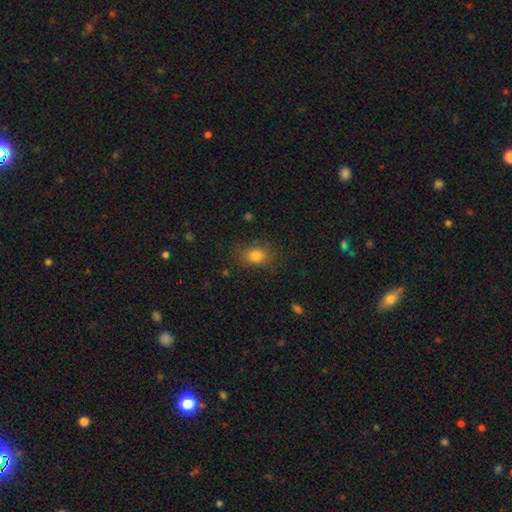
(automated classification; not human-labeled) smooth-or-featured: smooth: 80% | star or artifact: 12% | featured or disk: 8%
  how-rounded: in between: 58% | round: 41% | cigar-shaped: 2%
  merging: none: 77% | minor disturbance: 16% | major disturbance: 6% | merger: 1%